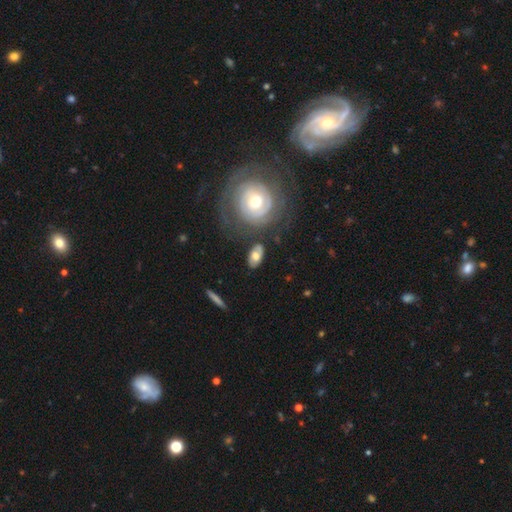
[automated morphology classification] Q: Smooth or featured?
A: smooth (53%); runner-up: featured or disk (40%)
Q: How rounded?
A: in between (85%); runner-up: round (12%)
Q: Merging?
A: none (67%); runner-up: minor disturbance (17%)